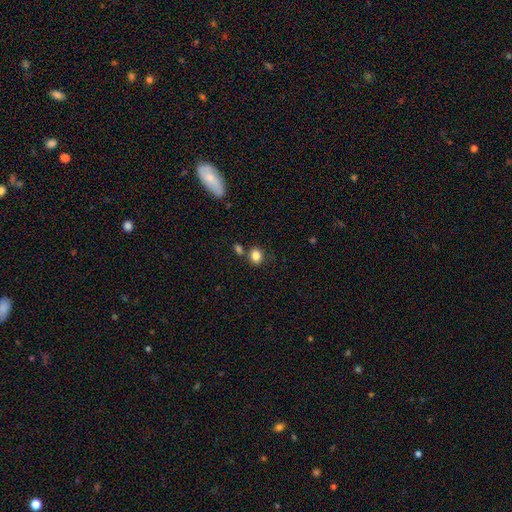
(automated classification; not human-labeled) The model was most divided on "how rounded": round: 62%, in between: 37%, cigar-shaped: 1%. More confident: smooth or featured — smooth (84%); merging — none (69%).